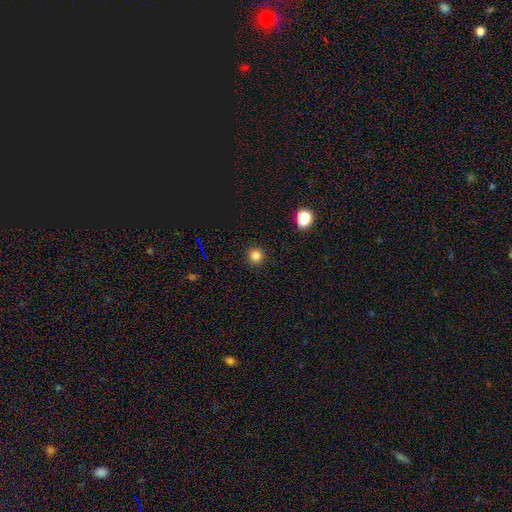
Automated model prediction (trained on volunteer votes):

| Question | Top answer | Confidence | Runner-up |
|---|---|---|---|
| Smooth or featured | smooth | 81% | star or artifact (15%) |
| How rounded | round | 95% | in between (4%) |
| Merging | none | 92% | minor disturbance (5%) |